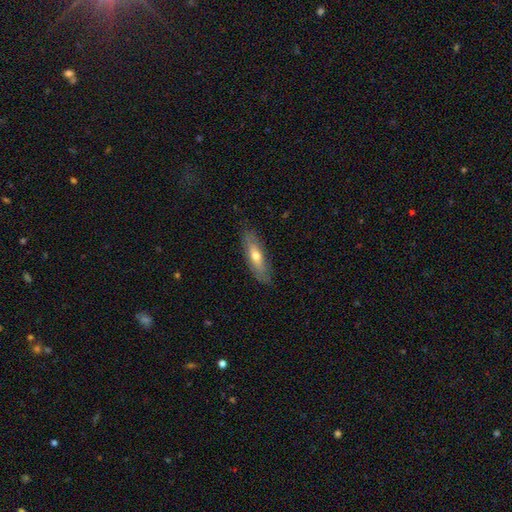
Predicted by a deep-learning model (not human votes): A smooth galaxy with no disk features (58%) that is cigar-shaped (50%). Merging: none (81%).